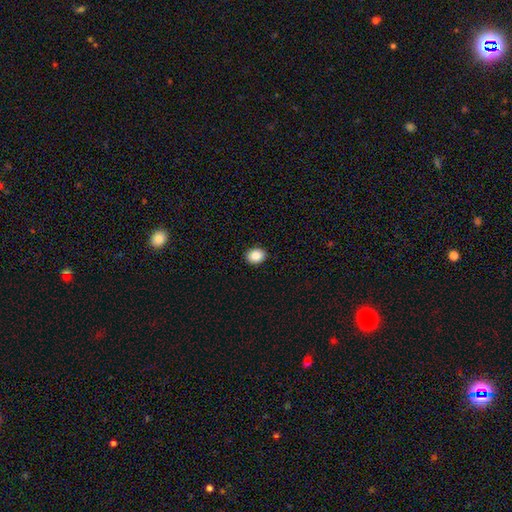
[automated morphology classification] A smooth galaxy with no disk features (88%) that is in between round and cigar-shaped (50%). Merging: none (91%).